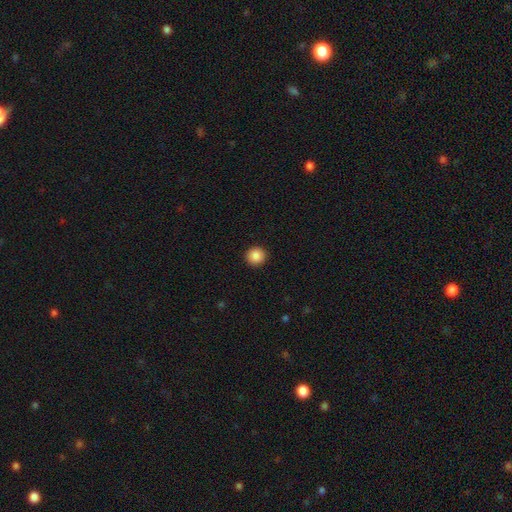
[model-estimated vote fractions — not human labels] Morphology: type=smooth (88%); roundness=round (93%); merging=none (93%).